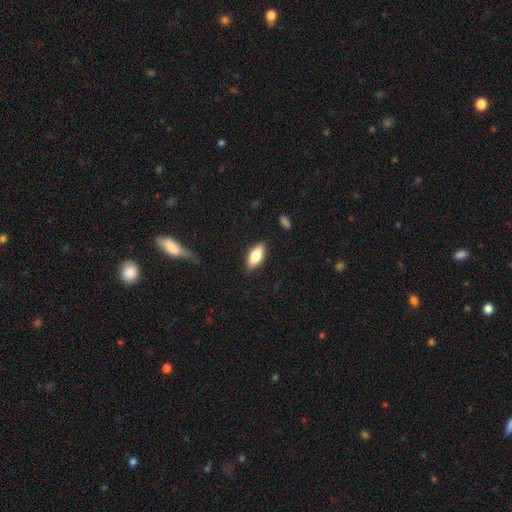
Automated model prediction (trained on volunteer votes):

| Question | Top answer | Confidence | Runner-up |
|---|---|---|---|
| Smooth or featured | smooth | 72% | featured or disk (21%) |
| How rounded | in between | 83% | cigar-shaped (14%) |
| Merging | none | 84% | minor disturbance (12%) |